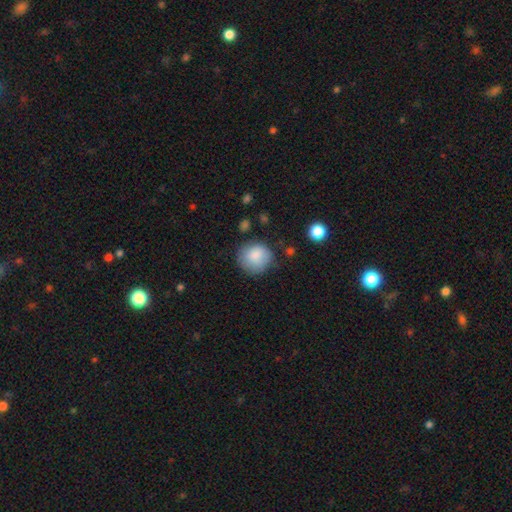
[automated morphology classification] The model was most divided on "merging": none: 72%, minor disturbance: 20%, major disturbance: 6%, merger: 3%. More confident: how rounded — round (88%); smooth or featured — smooth (85%).